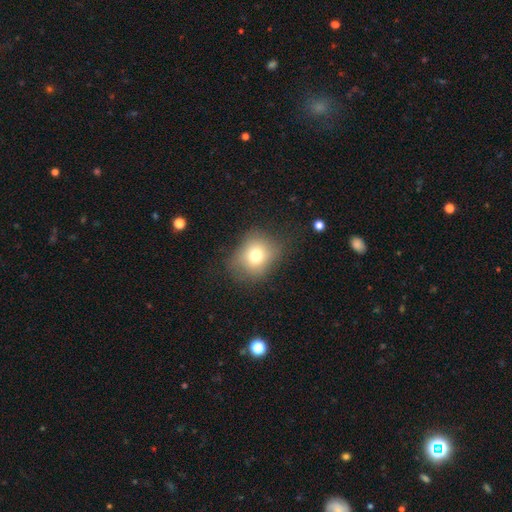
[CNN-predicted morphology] type=smooth (71%); roundness=round (62%); merging=none (65%).